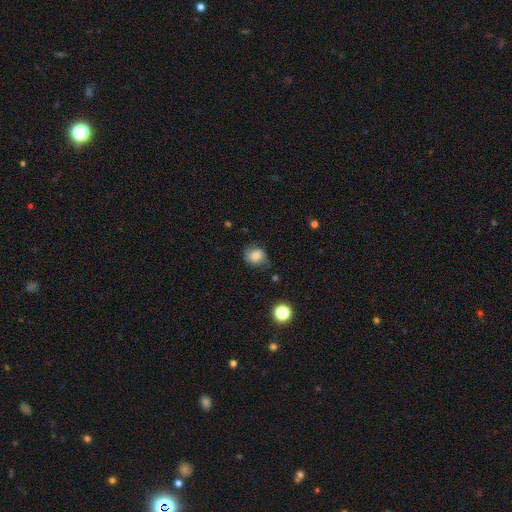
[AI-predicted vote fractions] Q: Smooth or featured?
A: smooth (65%); runner-up: featured or disk (24%)
Q: How rounded?
A: round (68%); runner-up: in between (31%)
Q: Merging?
A: none (63%); runner-up: minor disturbance (25%)